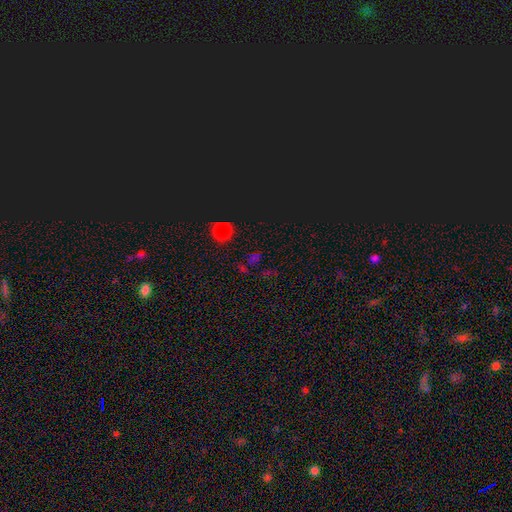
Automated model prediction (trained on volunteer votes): Smooth or featured? Predicted: star or artifact (p=0.55).